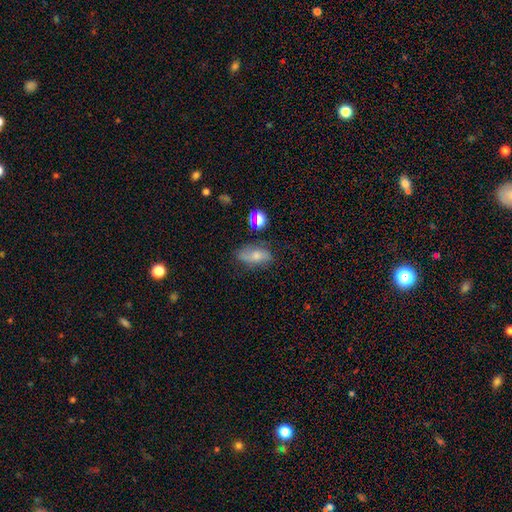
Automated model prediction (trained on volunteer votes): The model was most divided on "smooth or featured": smooth: 61%, featured or disk: 26%, star or artifact: 12%. More confident: how rounded — in between (80%); merging — none (63%).